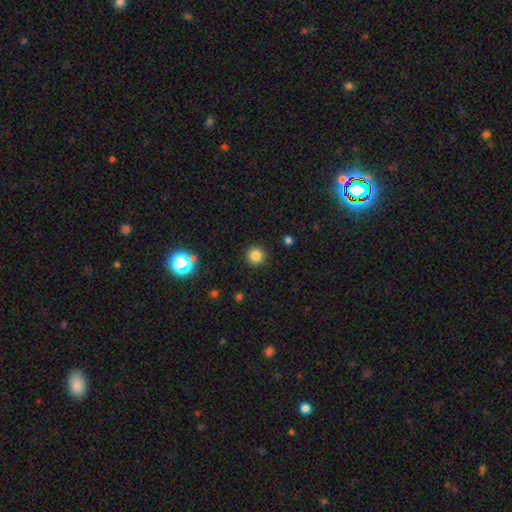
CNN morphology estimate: smooth 82%, star or artifact 14%, featured or disk 5%. Down the decision tree: how rounded — round (95%); merging — none (92%).